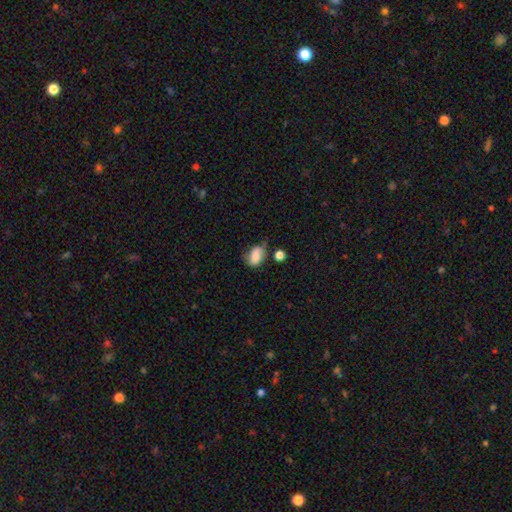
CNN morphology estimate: Smooth or featured?
  - smooth: 74% *
  - featured or disk: 17%
  - star or artifact: 9%
How rounded?
  - in between: 80% *
  - round: 19%
  - cigar-shaped: 2%
Merging?
  - none: 44% *
  - minor disturbance: 33%
  - major disturbance: 12%
  - merger: 11%